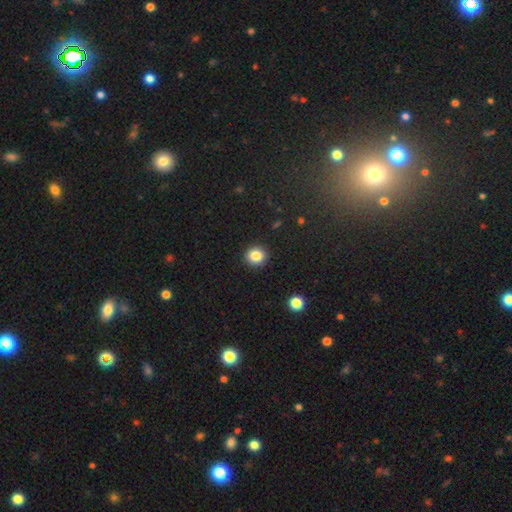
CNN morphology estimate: type=smooth (84%); roundness=round (89%); merging=none (92%).